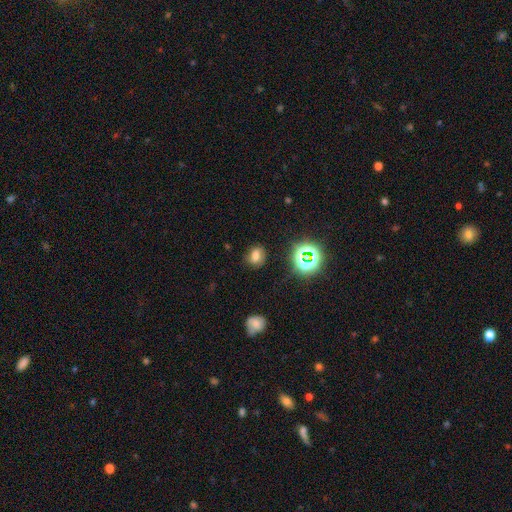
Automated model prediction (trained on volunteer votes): A smooth galaxy with no disk features (66%) that is in between round and cigar-shaped (52%).

Vote fractions:
- Smooth or featured? smooth: 66% / star or artifact: 22% / featured or disk: 12%
- How rounded? in between: 52% / round: 46% / cigar-shaped: 1%
- Merging? none: 79% / minor disturbance: 14% / major disturbance: 5% / merger: 3%